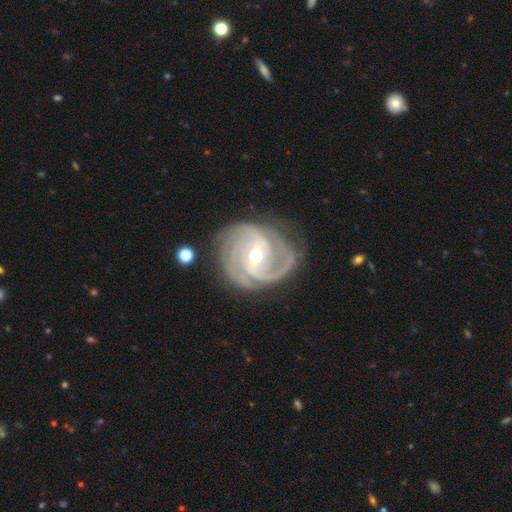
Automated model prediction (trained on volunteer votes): A featured or disk galaxy (92%) with a weak bar (47%), 3 (43%) tight (61%) spiral arms (98%) and a moderate central bulge (59%).

Vote fractions:
- Smooth or featured? featured or disk: 92% / star or artifact: 4% / smooth: 3%
- Edge-on disk? no: 98% / yes: 2%
- Bar? weak: 47% / no: 30% / strong: 23%
- Spiral arms? yes: 98% / no: 2%
- Spiral winding? tight: 61% / medium: 33% / loose: 6%
- Spiral arm count? 3: 43% / 2: 22% / 4: 12% / can't tell: 12% / more than 4: 6% / 1: 6%
- Bulge size? moderate: 59% / small: 37% / large: 2% / none: 1% / dominant: 1%
- Merging? none: 74% / minor disturbance: 18% / major disturbance: 7% / merger: 2%